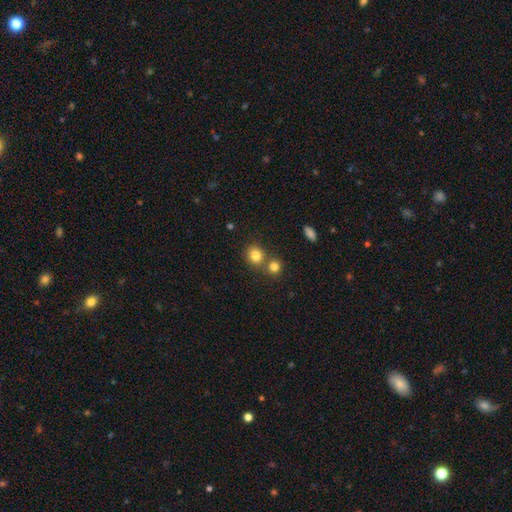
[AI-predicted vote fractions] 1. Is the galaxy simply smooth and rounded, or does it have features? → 82% smooth, 12% star or artifact, 7% featured or disk.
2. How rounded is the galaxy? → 80% round, 19% in between, 1% cigar-shaped.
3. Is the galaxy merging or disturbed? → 60% none, 30% merger, 8% minor disturbance, 3% major disturbance.